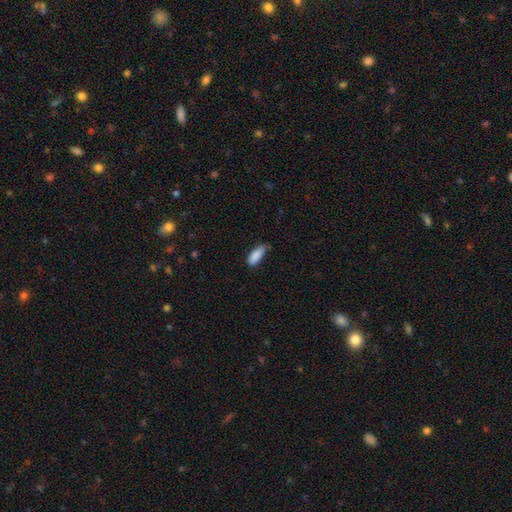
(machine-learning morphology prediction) smooth 88%, star or artifact 6%, featured or disk 5%. Down the decision tree: how rounded — in between (68%); merging — none (63%).